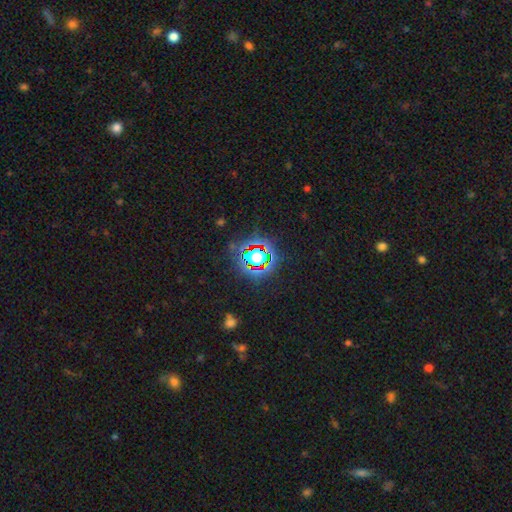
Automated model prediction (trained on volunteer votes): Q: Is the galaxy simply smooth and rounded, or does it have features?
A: star or artifact — 74%.